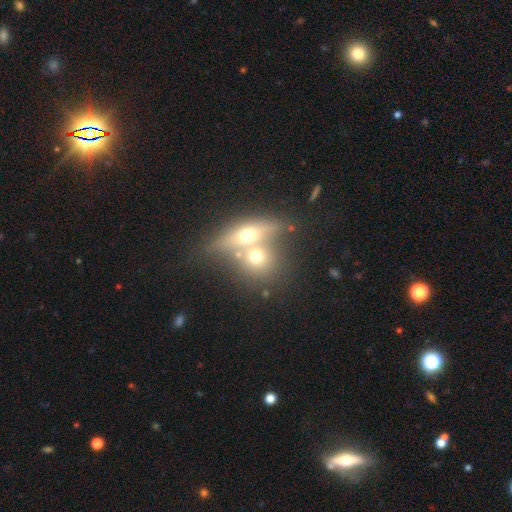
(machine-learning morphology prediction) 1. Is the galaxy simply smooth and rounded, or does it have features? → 57% smooth, 31% featured or disk, 12% star or artifact.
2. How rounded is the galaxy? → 55% round, 37% in between, 8% cigar-shaped.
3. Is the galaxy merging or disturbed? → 64% merger, 25% none, 6% minor disturbance, 5% major disturbance.